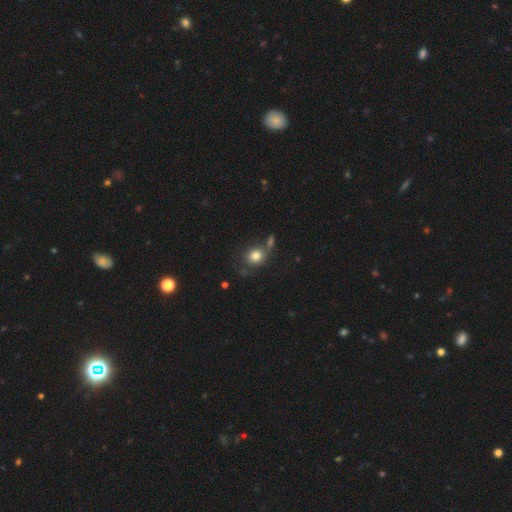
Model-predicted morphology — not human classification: This appears to be a smooth galaxy with no disk features (80%) that is round (75%). Merging: none (61%).